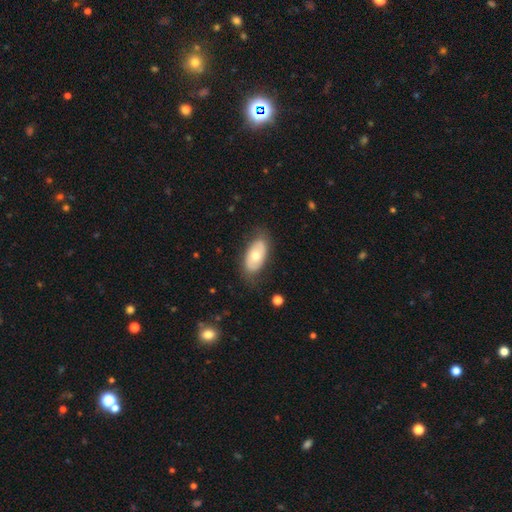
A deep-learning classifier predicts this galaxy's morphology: Smooth or featured? smooth (53%)
How rounded? in between (93%)
Merging? none (75%)